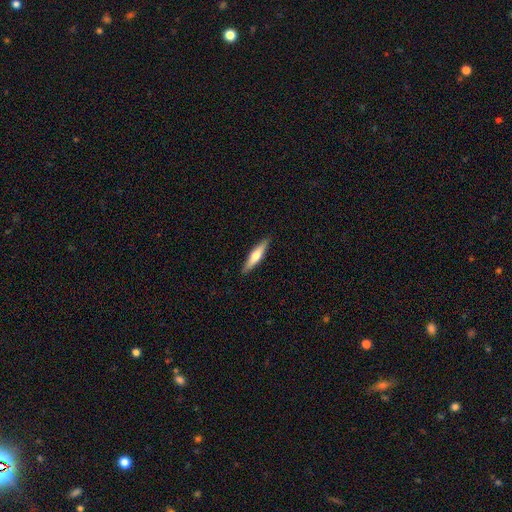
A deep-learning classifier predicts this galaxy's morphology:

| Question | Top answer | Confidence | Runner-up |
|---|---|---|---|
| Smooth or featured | smooth | 52% | featured or disk (43%) |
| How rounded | cigar-shaped | 82% | in between (17%) |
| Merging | none | 90% | minor disturbance (7%) |